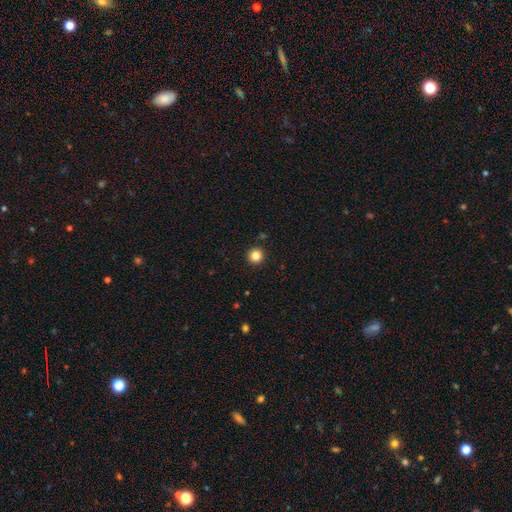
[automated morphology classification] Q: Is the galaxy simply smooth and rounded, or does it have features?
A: smooth — 84%.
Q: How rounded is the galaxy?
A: round — 96%.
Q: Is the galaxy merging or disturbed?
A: none — 93%.